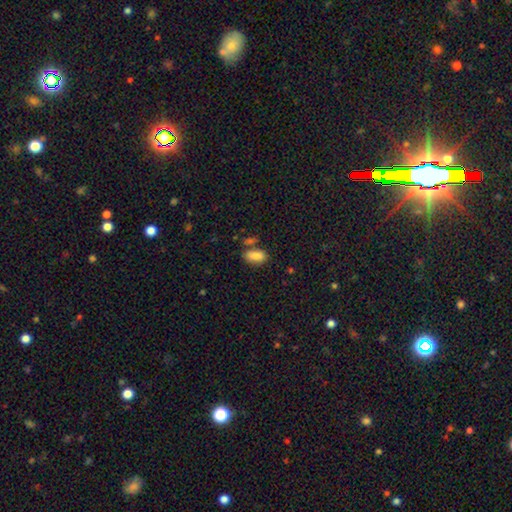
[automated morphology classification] Smooth or featured? smooth (85%)
How rounded? in between (91%)
Merging? none (67%)